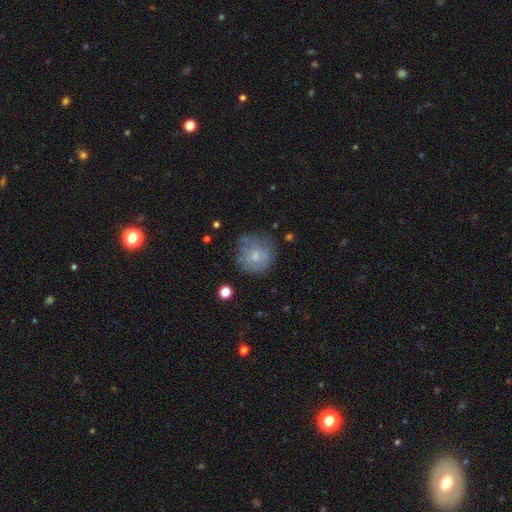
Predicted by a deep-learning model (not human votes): Smooth or featured? smooth (55%)
How rounded? round (89%)
Merging? none (61%)